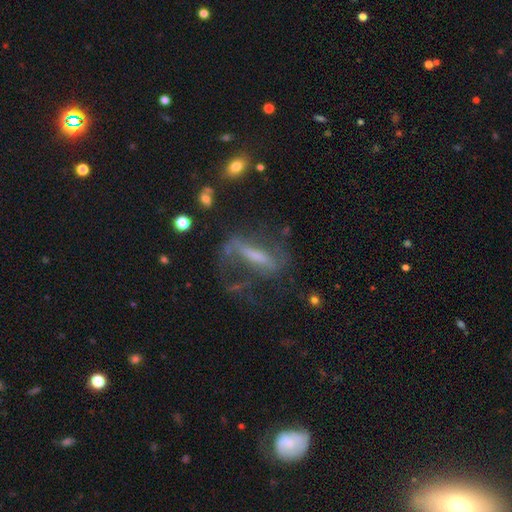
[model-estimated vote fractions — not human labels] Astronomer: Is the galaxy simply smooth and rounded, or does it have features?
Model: featured or disk — 64%.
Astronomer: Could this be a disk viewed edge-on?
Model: no — 70%.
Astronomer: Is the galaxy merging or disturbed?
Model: none — 42% (runner-up: major disturbance, 35%).